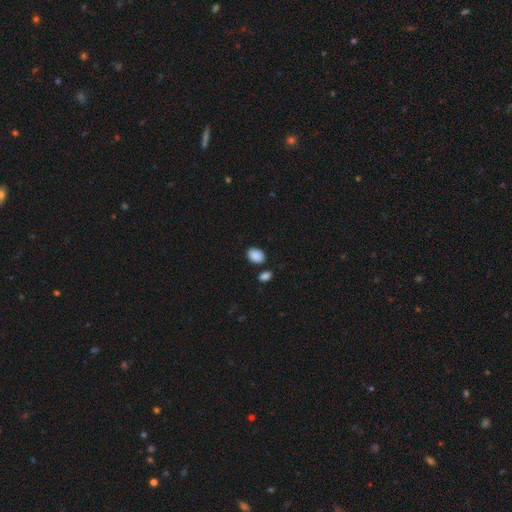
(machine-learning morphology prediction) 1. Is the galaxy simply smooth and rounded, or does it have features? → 89% smooth, 8% star or artifact, 3% featured or disk.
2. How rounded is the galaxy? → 75% in between, 24% round, 1% cigar-shaped.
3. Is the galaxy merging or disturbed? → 78% none, 11% minor disturbance, 7% merger, 3% major disturbance.